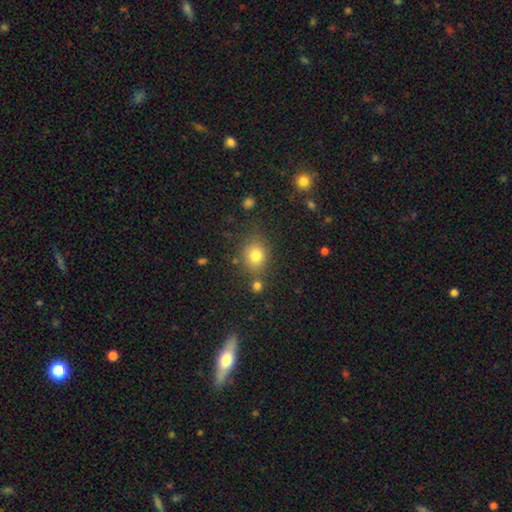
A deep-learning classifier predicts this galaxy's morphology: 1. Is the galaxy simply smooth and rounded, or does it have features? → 79% smooth, 13% star or artifact, 8% featured or disk.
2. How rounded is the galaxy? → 66% round, 33% in between, 1% cigar-shaped.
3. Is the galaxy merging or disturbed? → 76% none, 12% minor disturbance, 8% merger, 4% major disturbance.